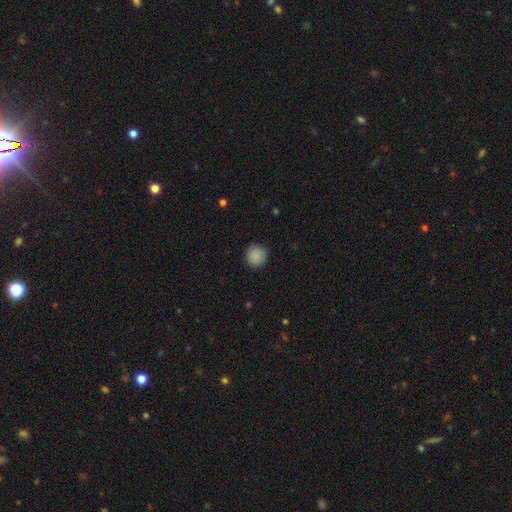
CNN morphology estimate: smooth 89%, star or artifact 8%, featured or disk 3%. Down the decision tree: how rounded — round (93%); merging — none (89%).